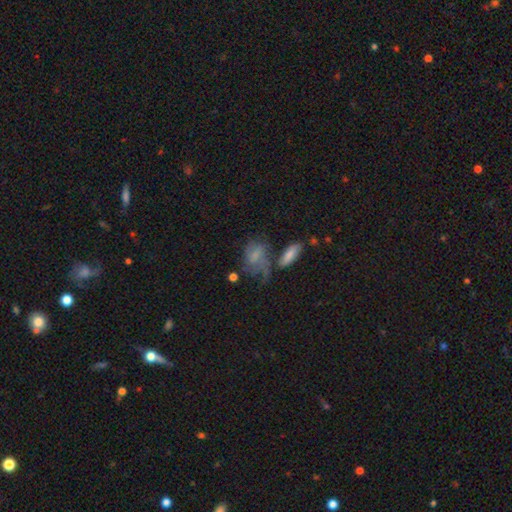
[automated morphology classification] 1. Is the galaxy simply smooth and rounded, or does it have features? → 54% smooth, 36% featured or disk, 10% star or artifact.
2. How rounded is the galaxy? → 79% in between, 17% round, 4% cigar-shaped.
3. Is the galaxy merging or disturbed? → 31% none, 30% major disturbance, 23% minor disturbance, 17% merger.